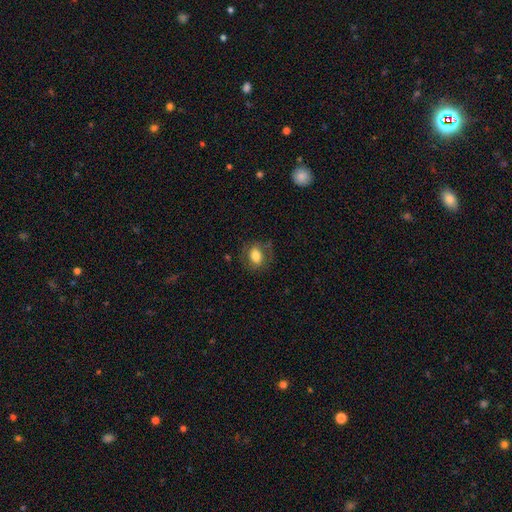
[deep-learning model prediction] This appears to be a smooth galaxy with no disk features (73%) that is in between round and cigar-shaped (68%). Merging: none (72%).